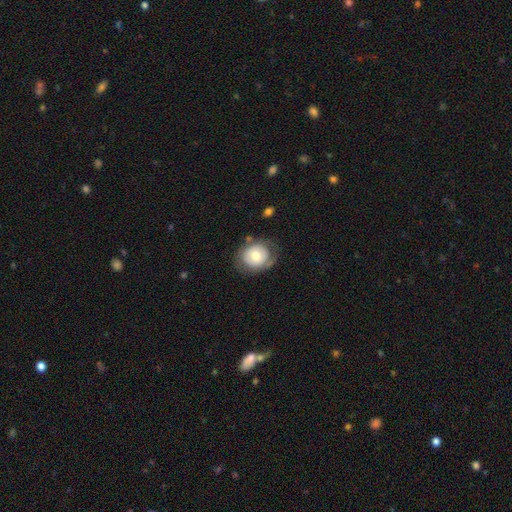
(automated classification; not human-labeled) smooth 55%, featured or disk 38%, star or artifact 7%. Down the decision tree: how rounded — round (68%); merging — none (63%).